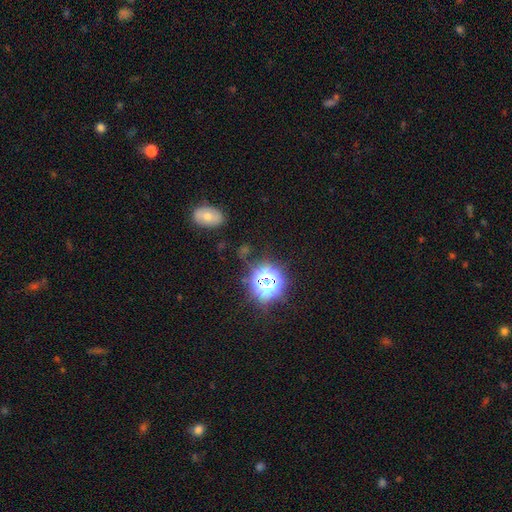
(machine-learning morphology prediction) This is likely a star or artifact rather than a galaxy (66%).